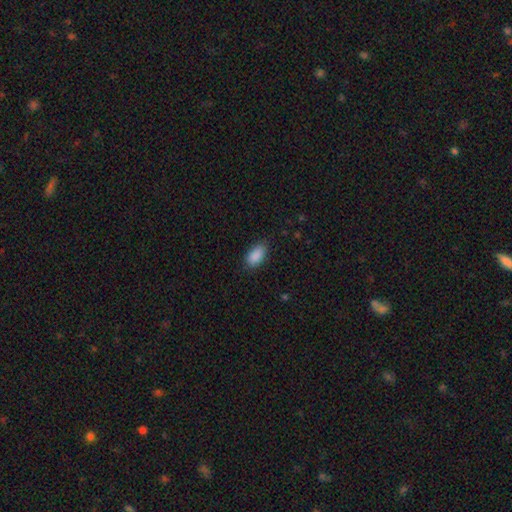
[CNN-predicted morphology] smooth 89%, star or artifact 7%, featured or disk 3%. Down the decision tree: how rounded — in between (93%); merging — none (81%).